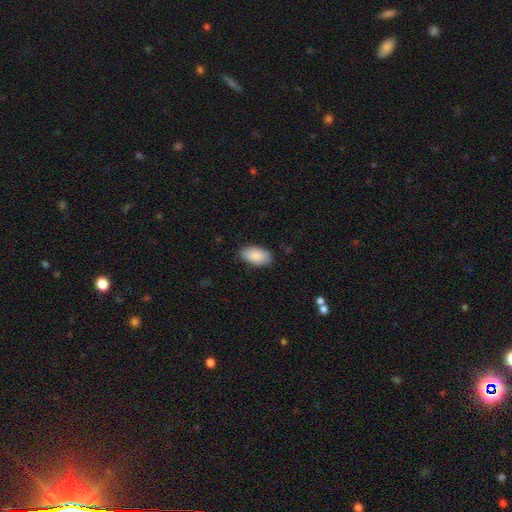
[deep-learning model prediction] Smooth or featured? Predicted: smooth (p=0.89). How rounded? Predicted: in between (p=0.95). Merging? Predicted: none (p=0.83).